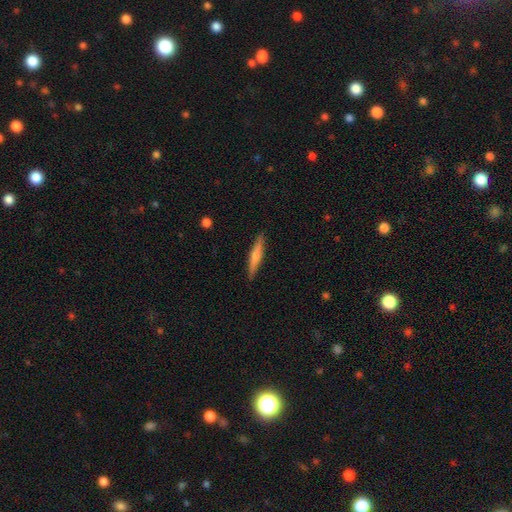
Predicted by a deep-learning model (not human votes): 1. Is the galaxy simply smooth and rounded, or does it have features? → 55% smooth, 39% featured or disk, 6% star or artifact.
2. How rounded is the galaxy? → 91% cigar-shaped, 8% in between, 2% round.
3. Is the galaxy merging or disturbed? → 89% none, 8% minor disturbance, 2% major disturbance, 1% merger.